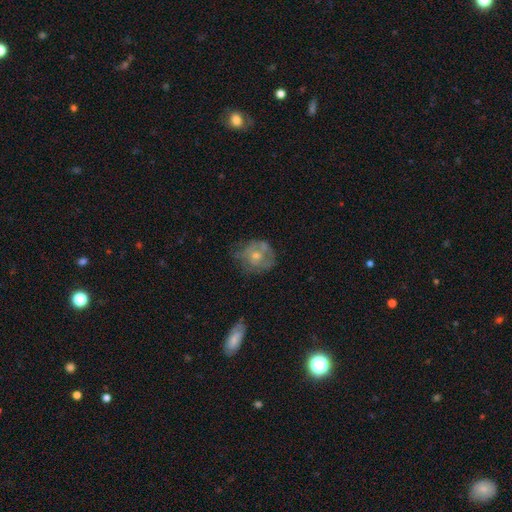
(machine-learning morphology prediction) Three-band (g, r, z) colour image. It shows a featured or disk galaxy (53%) with no bar (85%), no spiral arms (55%) and a small central bulge (48%). Merging: none (59%).